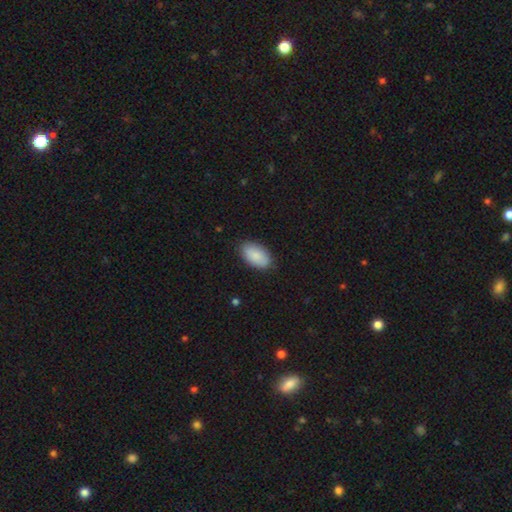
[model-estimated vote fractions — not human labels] smooth-or-featured: smooth: 87% | featured or disk: 8% | star or artifact: 6%
  how-rounded: in between: 94% | round: 4% | cigar-shaped: 2%
  merging: none: 85% | minor disturbance: 12% | major disturbance: 2% | merger: 1%